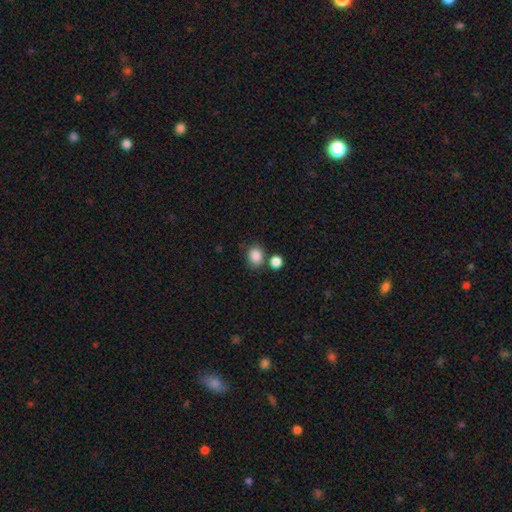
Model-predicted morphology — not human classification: Overall: smooth (86%). How rounded: round (58%; in between 41%). Merging: none (68%).